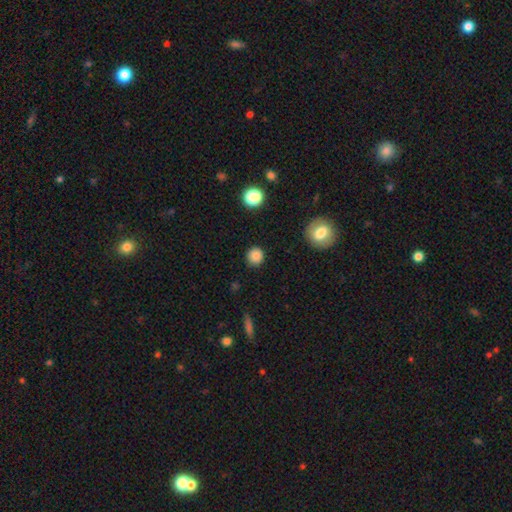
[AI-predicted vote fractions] This is clearly a smooth galaxy (86%). How rounded: clearly round (89%). Merging: clearly none (89%).